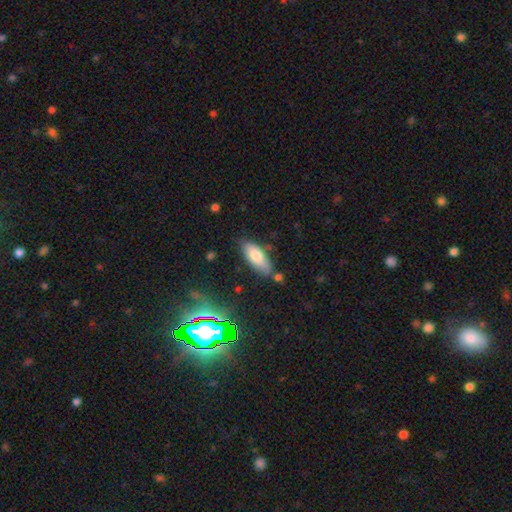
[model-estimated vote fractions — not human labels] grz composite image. It shows a smooth galaxy with no disk features (76%) that is in between round and cigar-shaped (77%). Merging: none (73%).